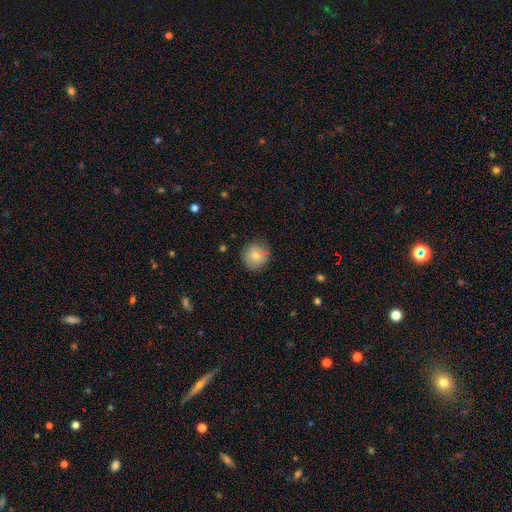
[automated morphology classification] Overall: smooth (77%). How rounded: round (91%). Merging: none (83%).